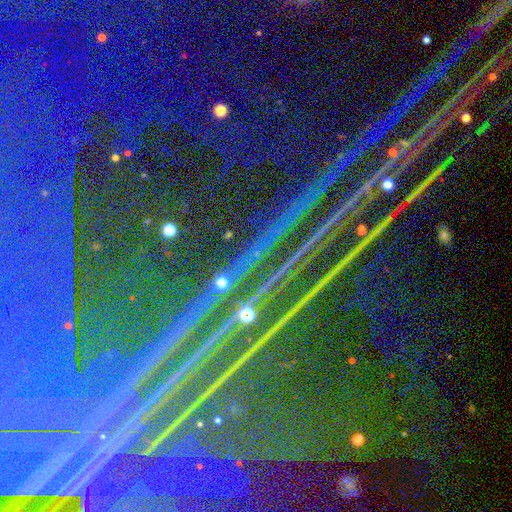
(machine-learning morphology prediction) star or artifact 89%, featured or disk 6%, smooth 5%.